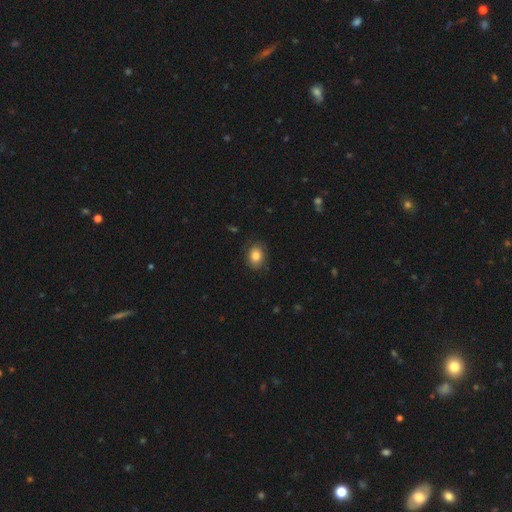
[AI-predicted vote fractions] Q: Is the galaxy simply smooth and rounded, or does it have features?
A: smooth — 82%.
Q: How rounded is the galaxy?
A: in between — 58%.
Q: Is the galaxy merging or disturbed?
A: none — 81%.